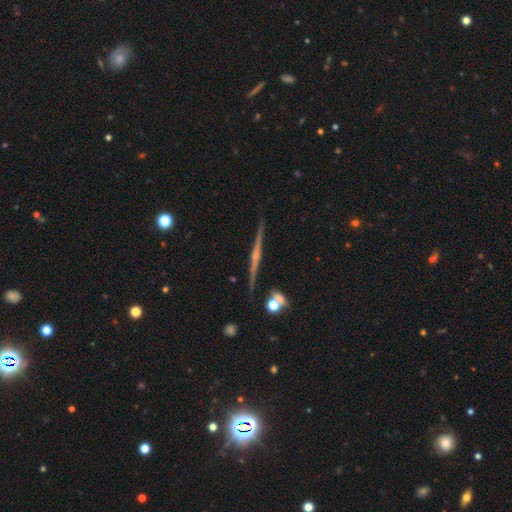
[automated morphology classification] A featured or disk galaxy (82%) viewed edge-on (98%) with a rounded central bulge (73%). Merging: none (91%).